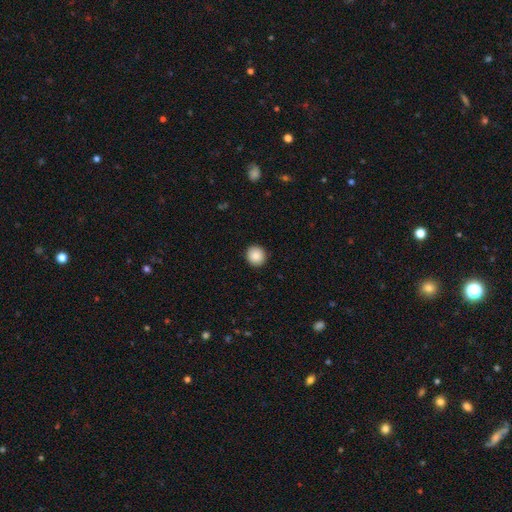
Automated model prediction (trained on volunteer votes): Smooth or featured?
  - smooth: 88% *
  - star or artifact: 8%
  - featured or disk: 4%
How rounded?
  - round: 92% *
  - in between: 7%
  - cigar-shaped: 1%
Merging?
  - none: 92% *
  - minor disturbance: 5%
  - major disturbance: 2%
  - merger: 1%